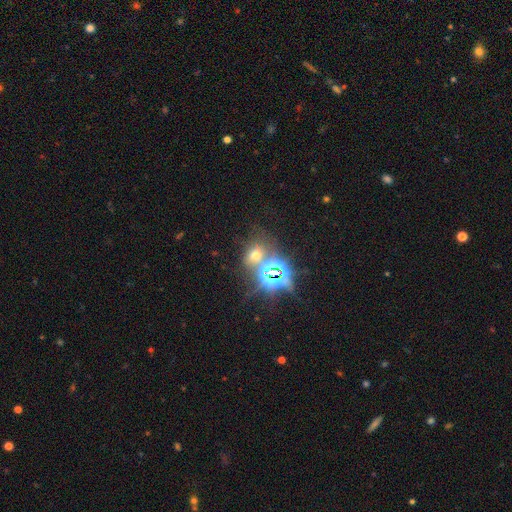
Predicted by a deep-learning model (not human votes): Smooth or featured: star or artifact — 50% (smooth — 39%)